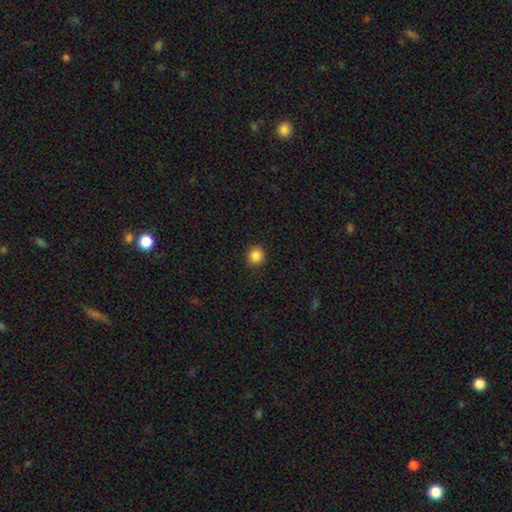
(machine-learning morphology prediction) Overall: smooth (86%). How rounded: round (90%). Merging: none (91%).